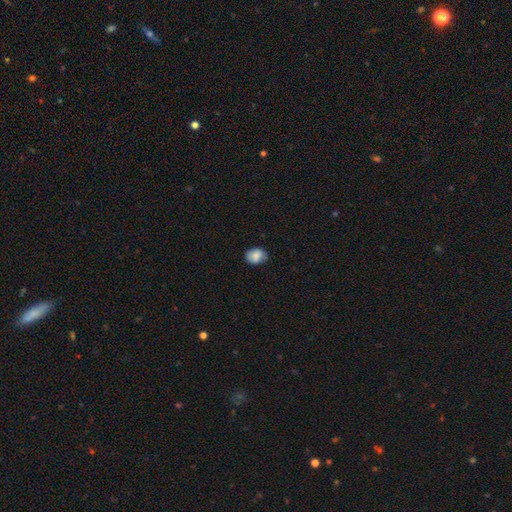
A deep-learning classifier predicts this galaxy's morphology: A smooth galaxy with no disk features (79%) that is in between round and cigar-shaped (65%).

Vote fractions:
- Smooth or featured? smooth: 79% / featured or disk: 13% / star or artifact: 8%
- How rounded? in between: 65% / round: 34% / cigar-shaped: 1%
- Merging? none: 72% / minor disturbance: 23% / major disturbance: 4% / merger: 1%